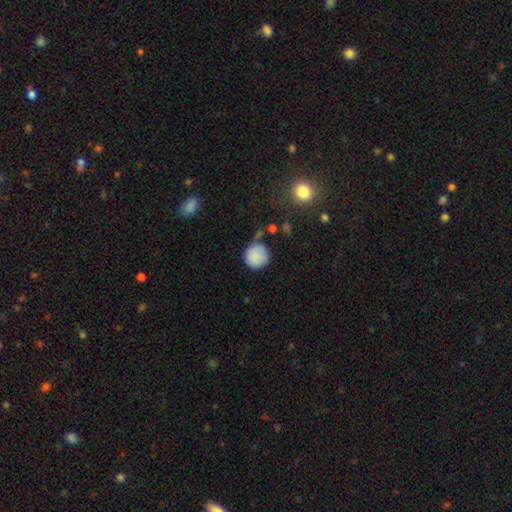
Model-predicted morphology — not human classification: Overall: smooth (85%). How rounded: round (93%). Merging: none (64%).